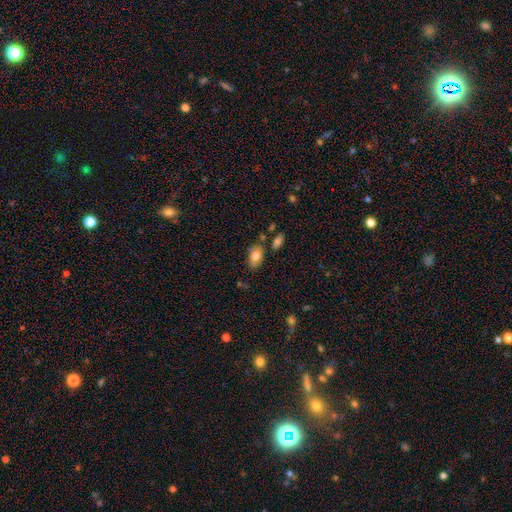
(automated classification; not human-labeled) Smooth or featured: smooth — 79% (featured or disk — 13%)
How rounded: in between — 91% (round — 7%)
Merging: none — 76% (minor disturbance — 15%)